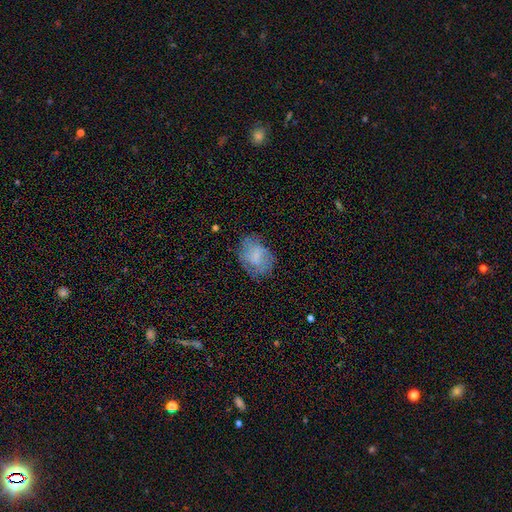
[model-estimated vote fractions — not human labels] smooth-or-featured: smooth: 60% | featured or disk: 30% | star or artifact: 9%
  how-rounded: in between: 64% | round: 35% | cigar-shaped: 1%
  merging: none: 63% | minor disturbance: 25% | major disturbance: 11% | merger: 2%